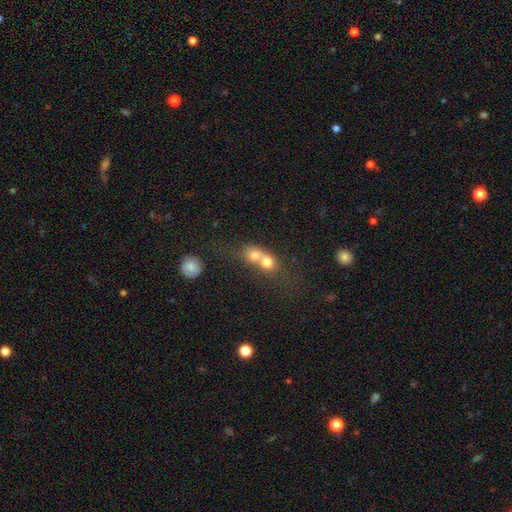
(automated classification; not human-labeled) This is likely a smooth galaxy (66%). How rounded: likely round (70%). Merging: likely merger (70%).